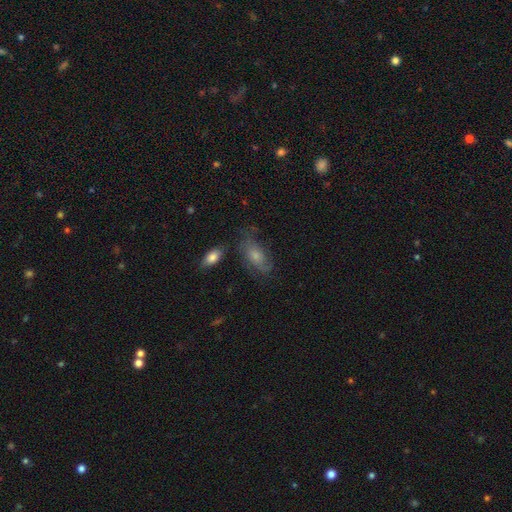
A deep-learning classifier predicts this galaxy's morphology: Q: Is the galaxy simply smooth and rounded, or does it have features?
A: smooth — 53%.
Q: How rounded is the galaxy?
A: in between — 87%.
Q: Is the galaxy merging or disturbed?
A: none — 56%.